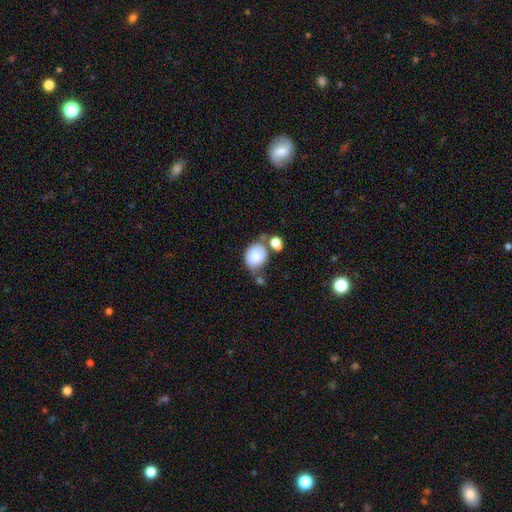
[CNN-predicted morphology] Smooth or featured? Predicted: smooth (p=0.82). How rounded? Predicted: in between (p=0.54). Merging? Predicted: none (p=0.42).